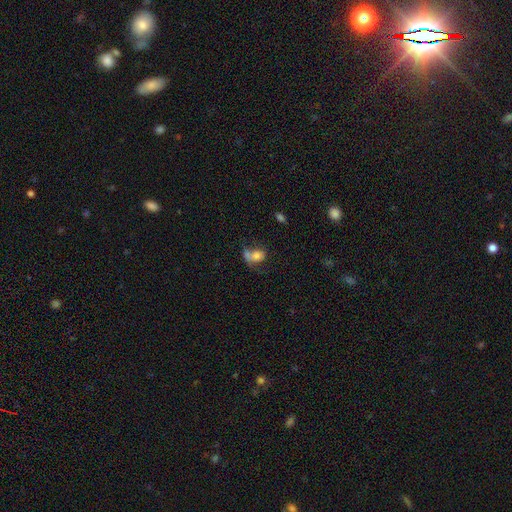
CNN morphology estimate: Overall: smooth (70%). How rounded: in between (63%; round 36%). Merging: merger (34%; none 27%).